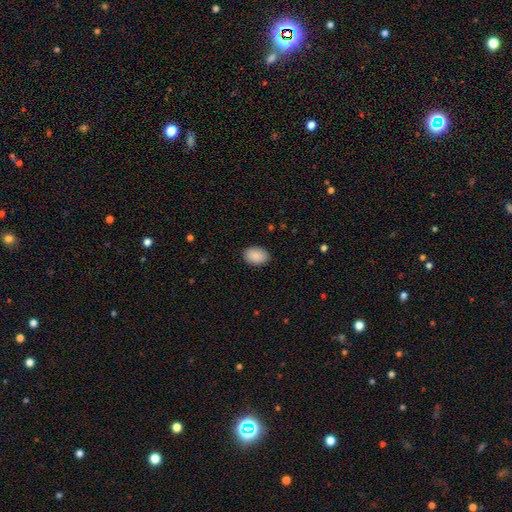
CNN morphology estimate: A smooth galaxy with no disk features (90%) that is in between round and cigar-shaped (86%). Merging: none (89%).